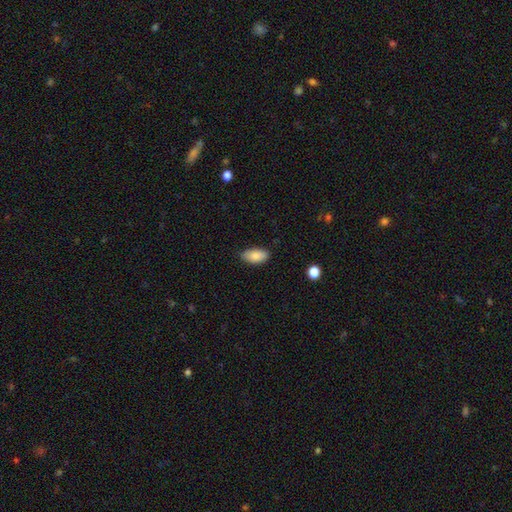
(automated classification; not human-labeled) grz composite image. It shows a smooth galaxy with no disk features (85%) that is in between round and cigar-shaped (92%). Merging: none (79%).